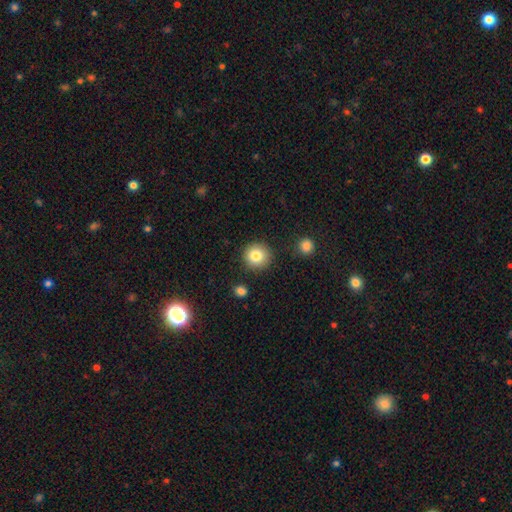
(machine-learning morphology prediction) A smooth galaxy with no disk features (83%) that is round (94%).

Vote fractions:
- Smooth or featured? smooth: 83% / star or artifact: 10% / featured or disk: 8%
- How rounded? round: 94% / in between: 5% / cigar-shaped: 1%
- Merging? none: 88% / minor disturbance: 7% / merger: 3% / major disturbance: 3%